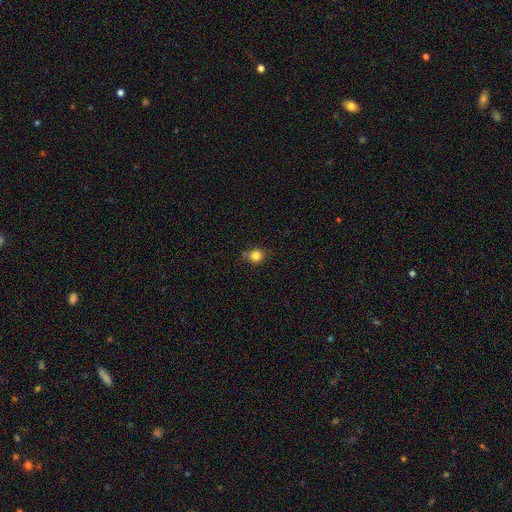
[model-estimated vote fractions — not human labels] smooth_or_featured: smooth (p=0.82) [alt: star or artifact p=0.12]
how_rounded: round (p=0.85) [alt: in between p=0.14]
merging: none (p=0.75) [alt: minor disturbance p=0.17]